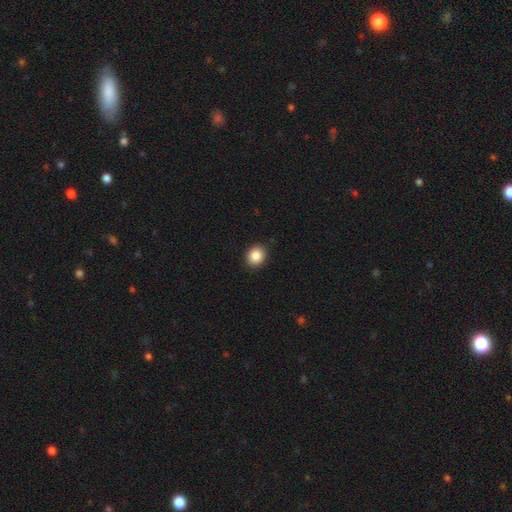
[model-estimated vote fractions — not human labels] A smooth galaxy with no disk features (87%) that is round (73%). Merging: none (89%).